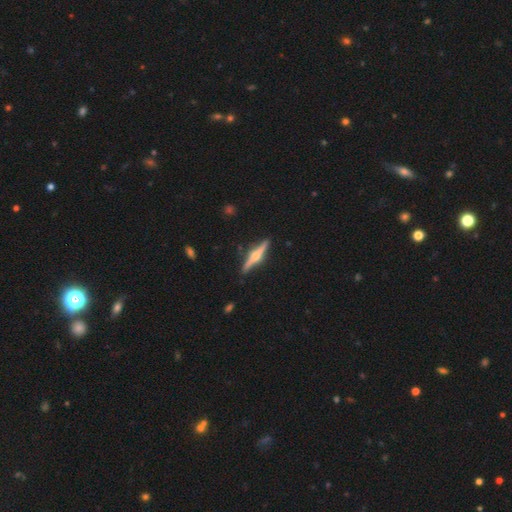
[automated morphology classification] featured or disk 78%, smooth 18%, star or artifact 5%. Down the decision tree: edge-on disk — yes (98%); edge-on bulge — rounded (93%); merging — none (89%).